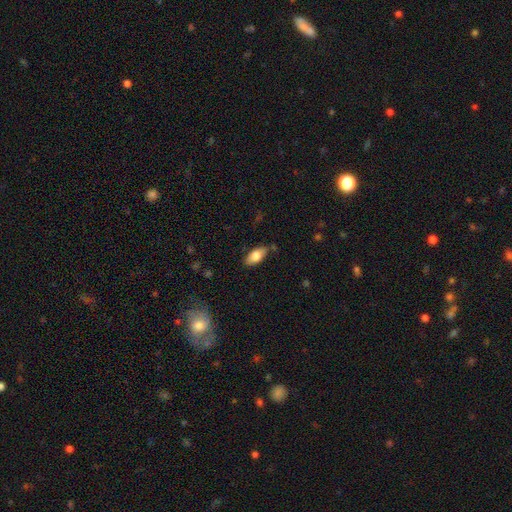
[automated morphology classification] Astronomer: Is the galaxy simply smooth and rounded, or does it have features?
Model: smooth — 78%.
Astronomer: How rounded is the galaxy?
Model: in between — 86%.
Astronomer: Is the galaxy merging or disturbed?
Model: none — 80%.